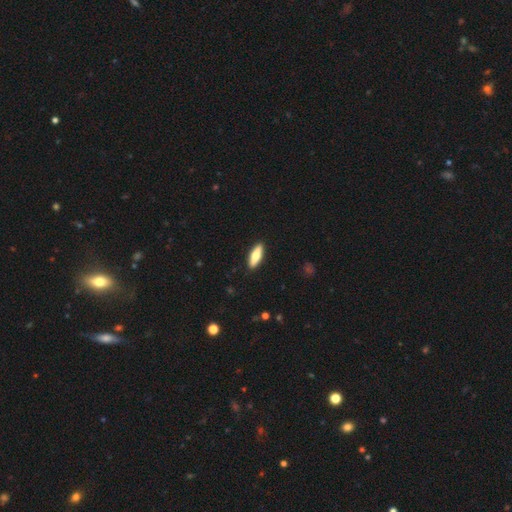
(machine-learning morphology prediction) Overall: smooth (68%). How rounded: in between (51%; cigar-shaped 47%). Merging: none (90%).